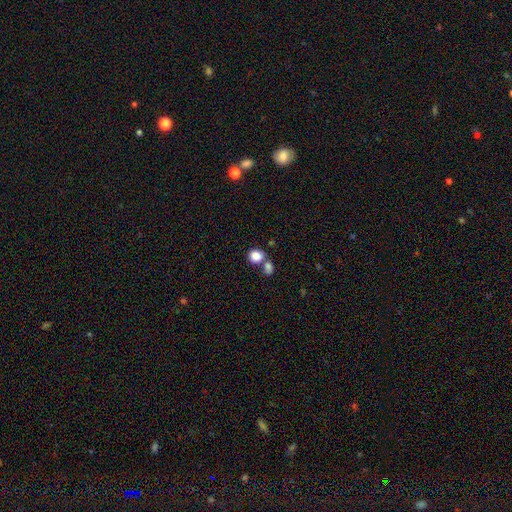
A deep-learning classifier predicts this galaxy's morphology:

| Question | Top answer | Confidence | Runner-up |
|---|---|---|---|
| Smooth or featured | smooth | 85% | star or artifact (9%) |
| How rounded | round | 70% | in between (29%) |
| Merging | none | 51% | merger (35%) |